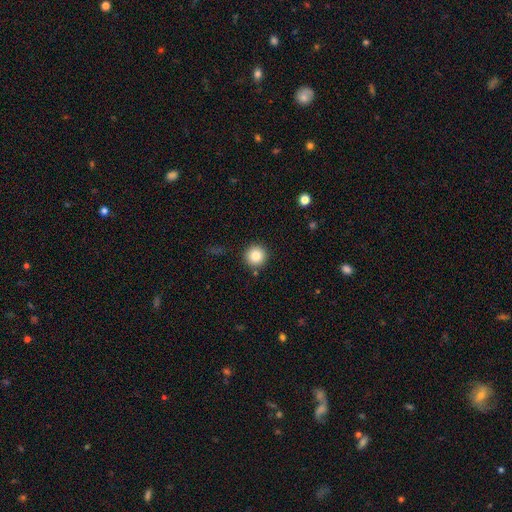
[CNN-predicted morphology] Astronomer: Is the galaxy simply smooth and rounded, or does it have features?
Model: smooth — 83%.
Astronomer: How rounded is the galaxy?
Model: round — 96%.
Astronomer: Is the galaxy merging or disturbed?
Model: none — 89%.